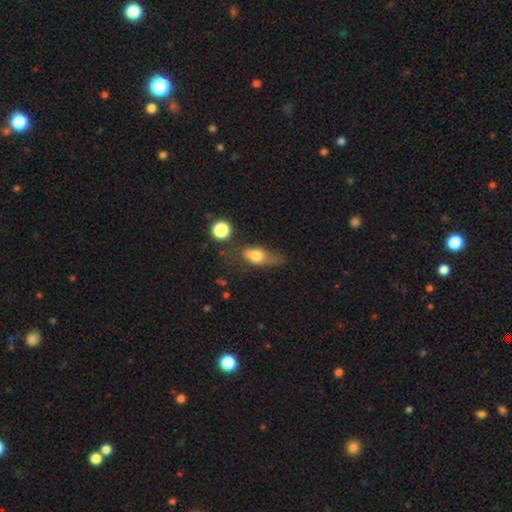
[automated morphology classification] Smooth or featured? Predicted: smooth (p=0.69). How rounded? Predicted: in between (p=0.71). Merging? Predicted: none (p=0.39).